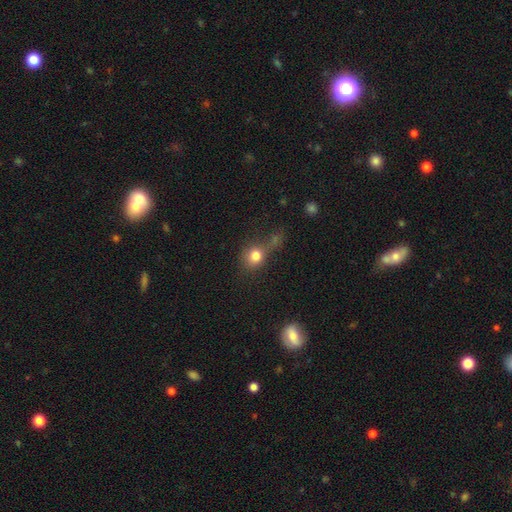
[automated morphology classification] smooth 77%, star or artifact 13%, featured or disk 10%. Down the decision tree: how rounded — round (73%); merging — none (40%).